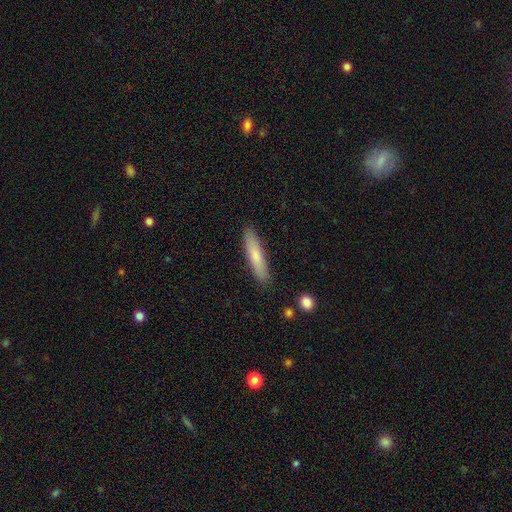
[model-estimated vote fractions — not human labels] Smooth or featured: smooth — 73% (featured or disk — 21%)
How rounded: cigar-shaped — 84% (in between — 15%)
Merging: none — 88% (minor disturbance — 8%)